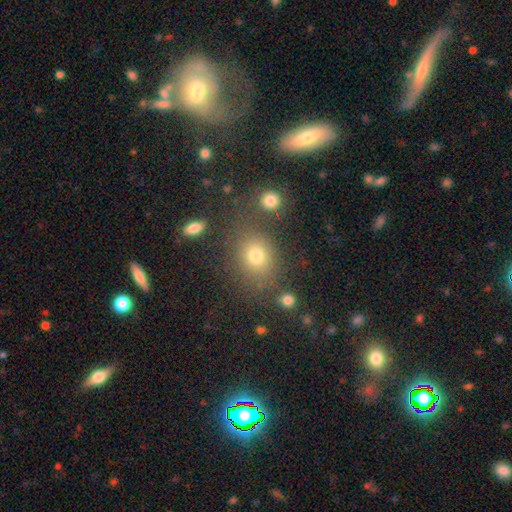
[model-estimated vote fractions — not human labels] This is likely a smooth galaxy (70%). How rounded: possibly round (53%). Merging: likely none (74%).